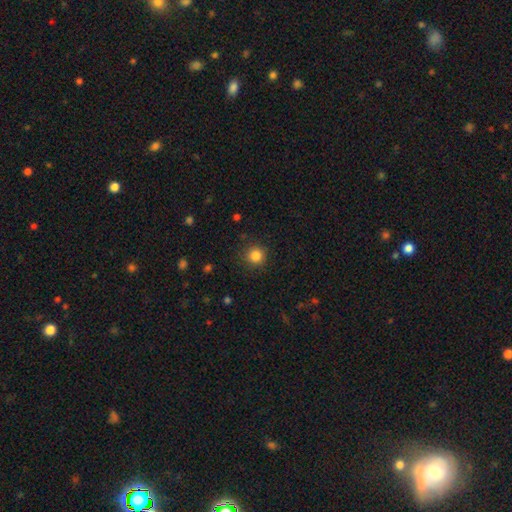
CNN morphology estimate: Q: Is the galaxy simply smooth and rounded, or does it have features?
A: smooth — 84%.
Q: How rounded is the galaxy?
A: round — 94%.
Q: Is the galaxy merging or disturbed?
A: none — 90%.